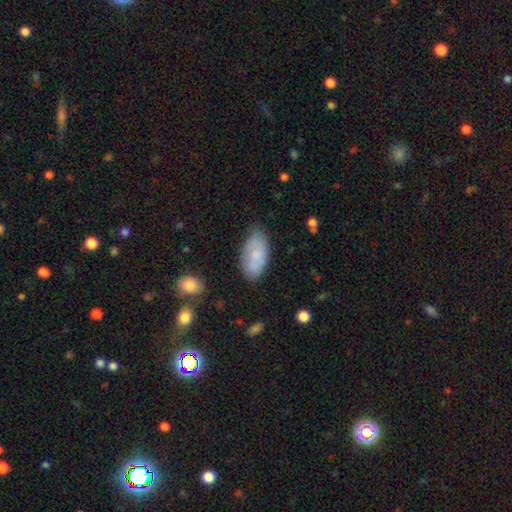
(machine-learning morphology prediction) smooth-or-featured: smooth: 69% | featured or disk: 24% | star or artifact: 7%
  how-rounded: in between: 93% | cigar-shaped: 4% | round: 3%
  merging: none: 73% | minor disturbance: 20% | major disturbance: 4% | merger: 3%